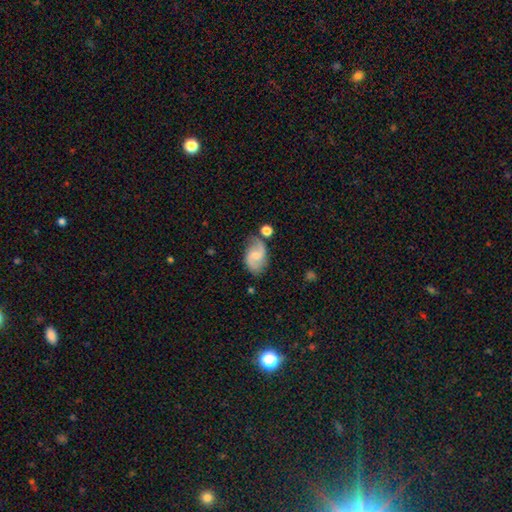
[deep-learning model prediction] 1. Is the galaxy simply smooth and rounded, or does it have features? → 65% featured or disk, 28% smooth, 7% star or artifact.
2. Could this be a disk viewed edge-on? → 97% no, 3% yes.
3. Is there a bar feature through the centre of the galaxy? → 47% no, 44% weak, 9% strong.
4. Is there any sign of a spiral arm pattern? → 92% yes, 8% no.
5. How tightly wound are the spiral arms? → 50% loose, 38% medium, 12% tight.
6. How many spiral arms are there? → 88% 2, 6% can't tell, 3% 1, 1% 3, 1% 4, 1% more than 4.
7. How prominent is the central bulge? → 56% small, 32% moderate, 9% none, 2% large, 1% dominant.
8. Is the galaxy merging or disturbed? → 66% none, 21% minor disturbance, 7% merger, 6% major disturbance.